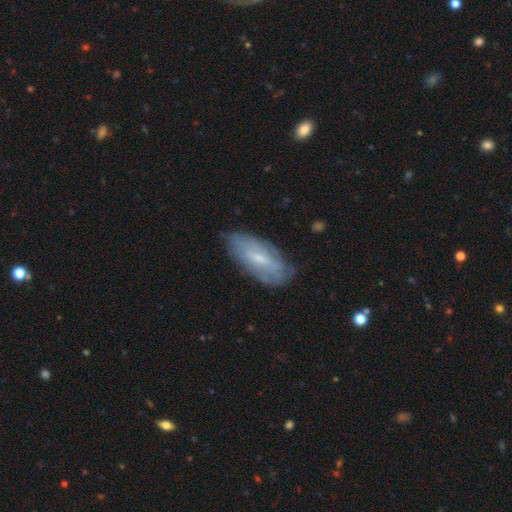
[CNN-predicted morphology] Smooth or featured?
  - featured or disk: 48% *
  - smooth: 42%
  - star or artifact: 11%
Merging?
  - none: 79% *
  - minor disturbance: 16%
  - major disturbance: 4%
  - merger: 1%